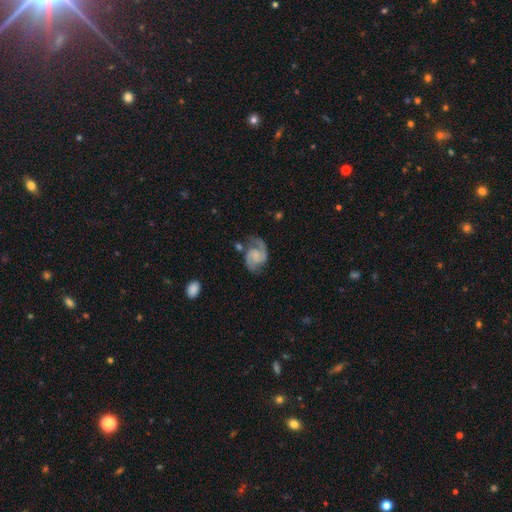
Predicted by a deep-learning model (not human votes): Morphology: type=featured or disk (86%); edge-on=no (98%); bar=no (58%); spiral arms=yes (97%); winding=medium (56%); arm count=2 (92%); bulge=small (44%); merging=none (68%).